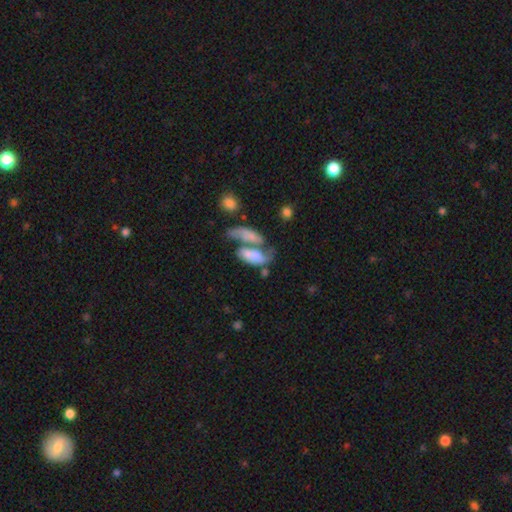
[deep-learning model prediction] Smooth or featured? smooth (59%)
How rounded? in between (83%)
Merging? merger (64%)